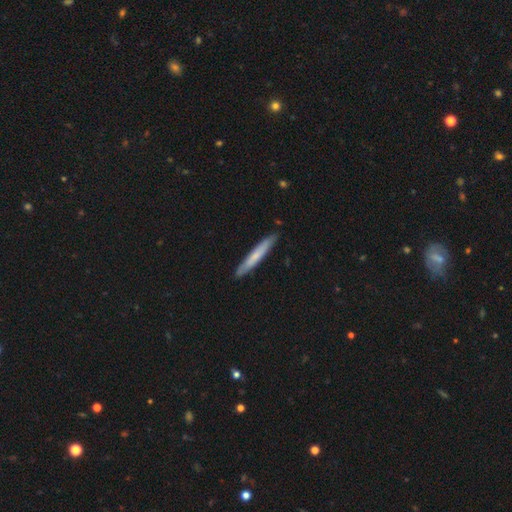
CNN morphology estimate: This appears to be a smooth galaxy with no disk features (61%) that is cigar-shaped (95%). Merging: none (89%).